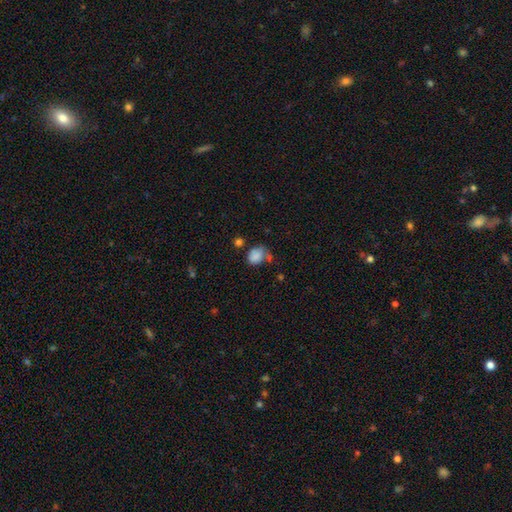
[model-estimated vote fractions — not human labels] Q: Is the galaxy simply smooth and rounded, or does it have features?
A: smooth — 80%.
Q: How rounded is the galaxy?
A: round — 50%.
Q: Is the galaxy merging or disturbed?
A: none — 39%.